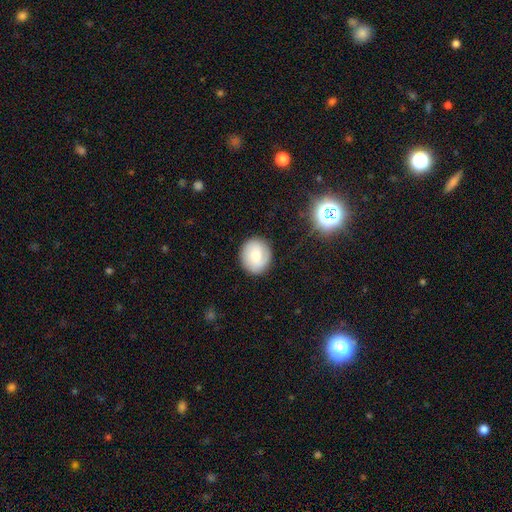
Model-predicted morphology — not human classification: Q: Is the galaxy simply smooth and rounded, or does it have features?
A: smooth — 65%.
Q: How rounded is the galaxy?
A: round — 84%.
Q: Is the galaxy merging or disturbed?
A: none — 88%.